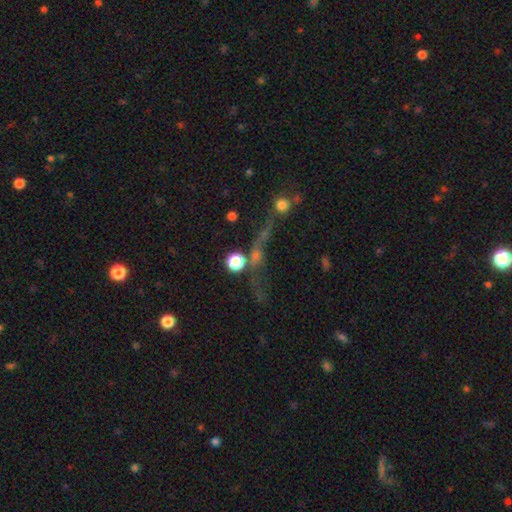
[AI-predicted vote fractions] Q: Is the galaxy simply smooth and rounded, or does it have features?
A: star or artifact — 42%.